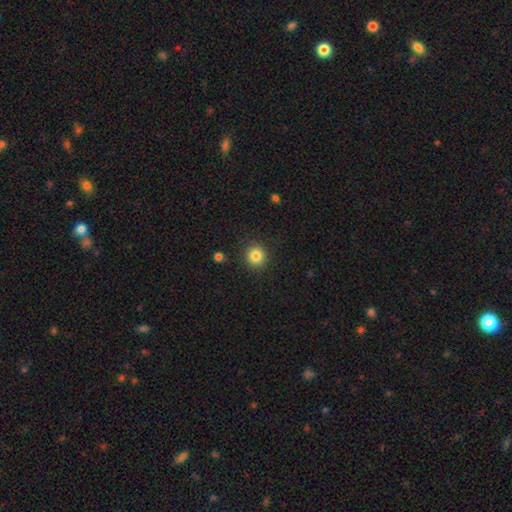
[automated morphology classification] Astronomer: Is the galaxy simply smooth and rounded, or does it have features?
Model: smooth — 84%.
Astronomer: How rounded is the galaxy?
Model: round — 91%.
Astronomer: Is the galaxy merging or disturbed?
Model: none — 90%.